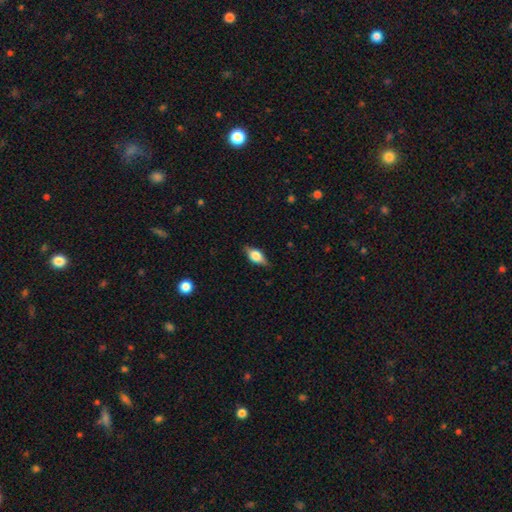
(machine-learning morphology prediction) The model was most divided on "smooth or featured": smooth: 56%, featured or disk: 36%, star or artifact: 8%. More confident: merging — none (80%); how rounded — in between (79%).